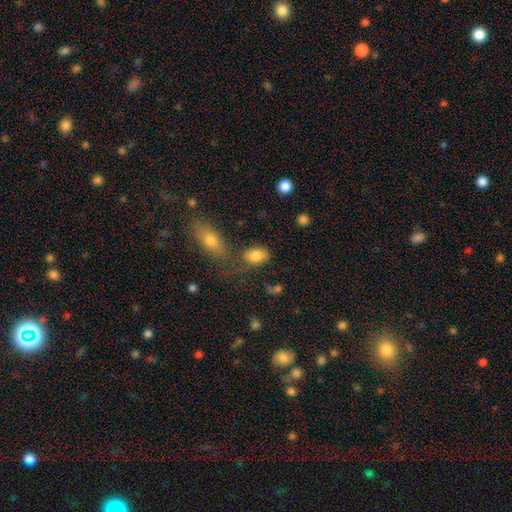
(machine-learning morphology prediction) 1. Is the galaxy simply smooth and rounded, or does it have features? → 84% smooth, 9% star or artifact, 7% featured or disk.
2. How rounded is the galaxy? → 88% in between, 10% round, 2% cigar-shaped.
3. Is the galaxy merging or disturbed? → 65% none, 16% minor disturbance, 13% merger, 6% major disturbance.